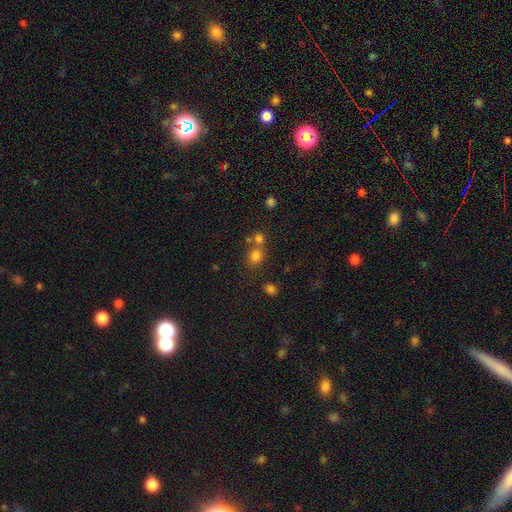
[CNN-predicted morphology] Q: Smooth or featured?
A: smooth (76%); runner-up: star or artifact (17%)
Q: How rounded?
A: round (70%); runner-up: in between (29%)
Q: Merging?
A: none (51%); runner-up: merger (36%)